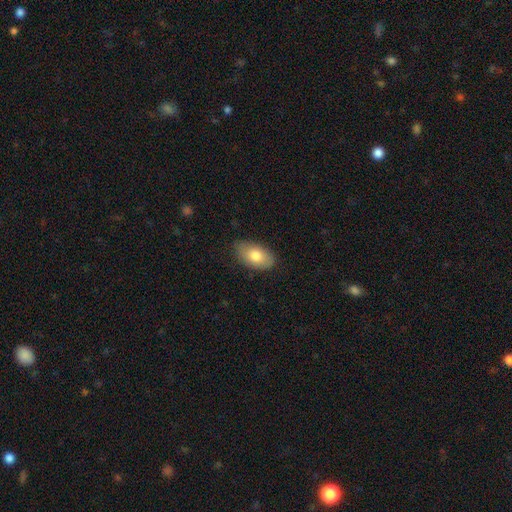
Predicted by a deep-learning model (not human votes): Smooth or featured? Predicted: smooth (p=0.77). How rounded? Predicted: in between (p=0.93). Merging? Predicted: none (p=0.81).